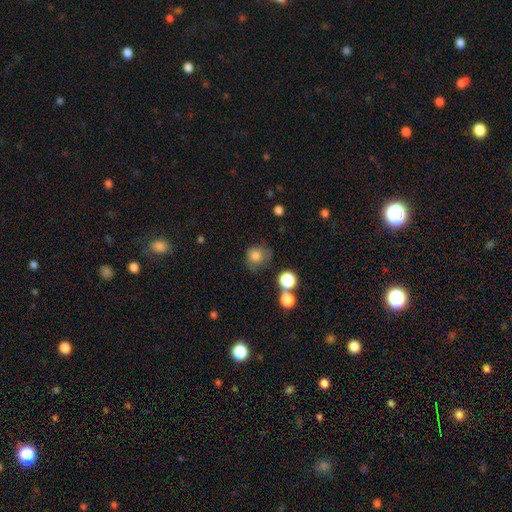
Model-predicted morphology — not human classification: The model was most divided on "merging": none: 56%, minor disturbance: 25%, major disturbance: 12%, merger: 7%. More confident: how rounded — round (81%); smooth or featured — smooth (80%).